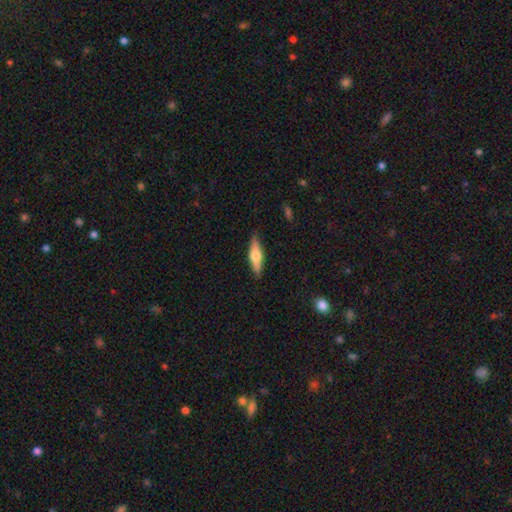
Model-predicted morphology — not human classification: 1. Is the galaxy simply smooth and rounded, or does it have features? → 50% smooth, 45% featured or disk, 6% star or artifact.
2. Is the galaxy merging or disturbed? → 87% none, 10% minor disturbance, 2% major disturbance, 1% merger.